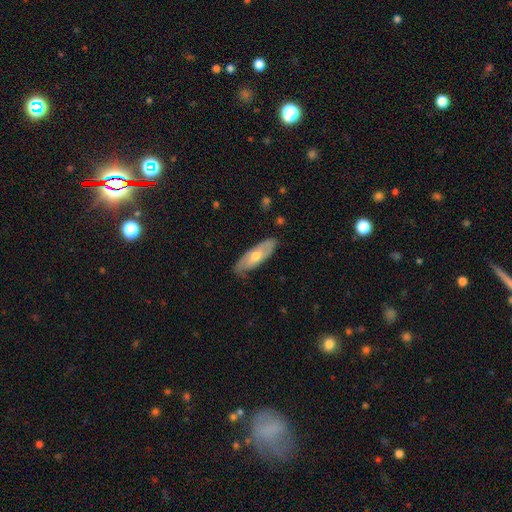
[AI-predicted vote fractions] Morphology: type=smooth (48%); merging=none (78%).